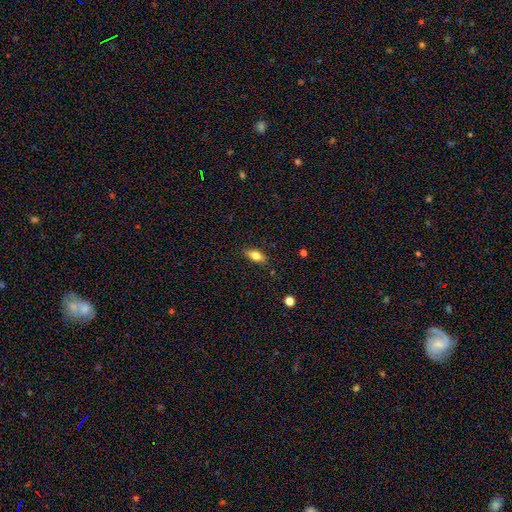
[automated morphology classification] Smooth or featured: smooth — 72% (featured or disk — 19%)
How rounded: in between — 81% (cigar-shaped — 14%)
Merging: none — 84% (minor disturbance — 12%)